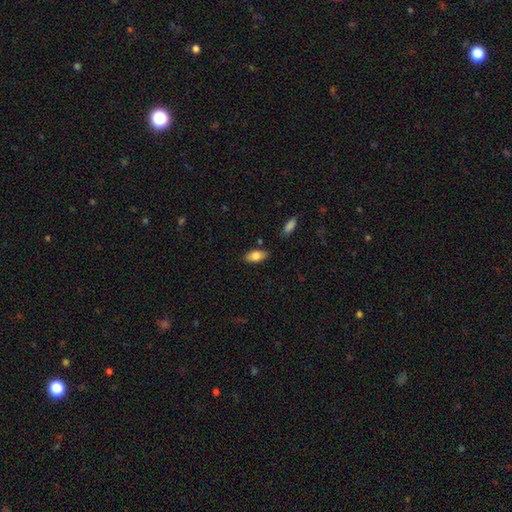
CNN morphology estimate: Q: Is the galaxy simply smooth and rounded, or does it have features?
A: smooth — 80%.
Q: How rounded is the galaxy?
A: in between — 90%.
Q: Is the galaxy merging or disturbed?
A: none — 82%.